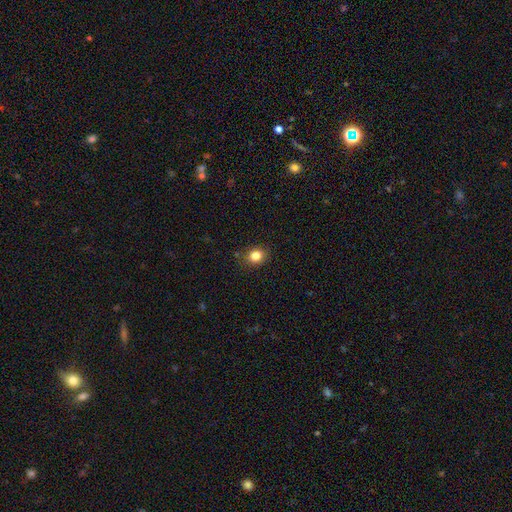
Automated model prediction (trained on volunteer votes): This appears to be a smooth galaxy with no disk features (83%) that is round (63%). Merging: none (86%).